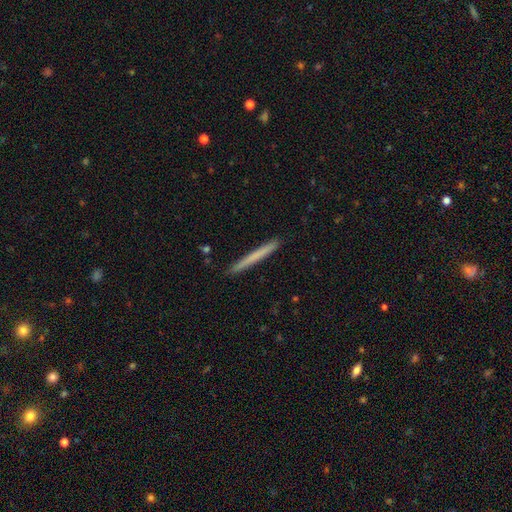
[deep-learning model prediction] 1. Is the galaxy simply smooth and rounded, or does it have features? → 65% smooth, 29% featured or disk, 6% star or artifact.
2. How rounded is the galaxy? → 97% cigar-shaped, 1% in between, 1% round.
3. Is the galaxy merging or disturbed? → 92% none, 6% minor disturbance, 1% major disturbance, 1% merger.